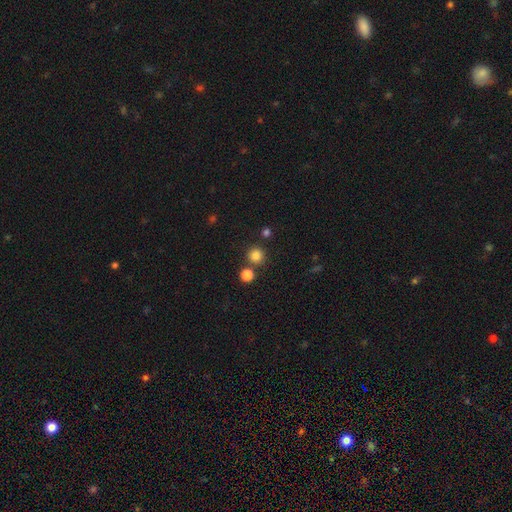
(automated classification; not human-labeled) Smooth or featured? smooth (82%)
How rounded? round (93%)
Merging? none (78%)